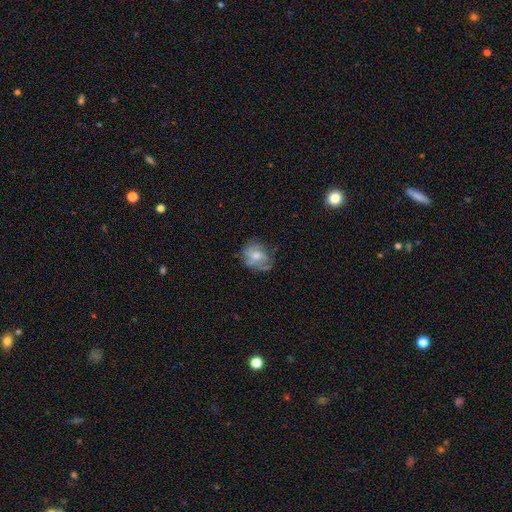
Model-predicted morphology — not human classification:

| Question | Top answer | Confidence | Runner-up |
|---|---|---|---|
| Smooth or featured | smooth | 46% | featured or disk (43%) |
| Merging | none | 58% | minor disturbance (28%) |